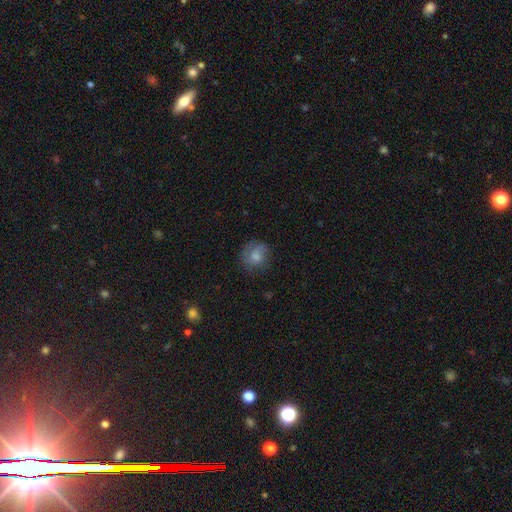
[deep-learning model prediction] A smooth galaxy with no disk features (72%) that is round (78%).

Vote fractions:
- Smooth or featured? smooth: 72% / featured or disk: 19% / star or artifact: 10%
- How rounded? round: 78% / in between: 21% / cigar-shaped: 1%
- Merging? none: 65% / minor disturbance: 22% / major disturbance: 11% / merger: 1%